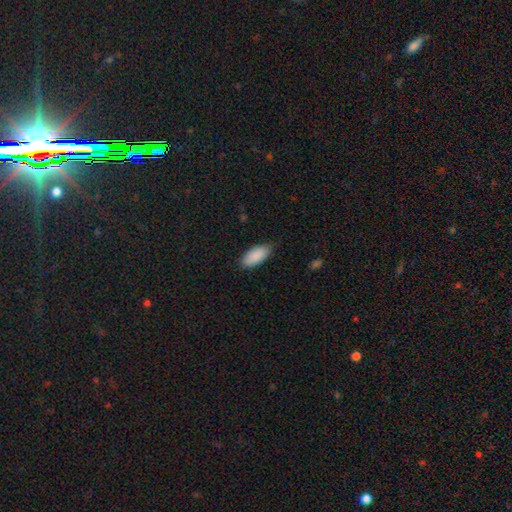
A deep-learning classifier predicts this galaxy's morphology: This is clearly a smooth galaxy (89%). How rounded: clearly in between (89%). Merging: likely none (80%).